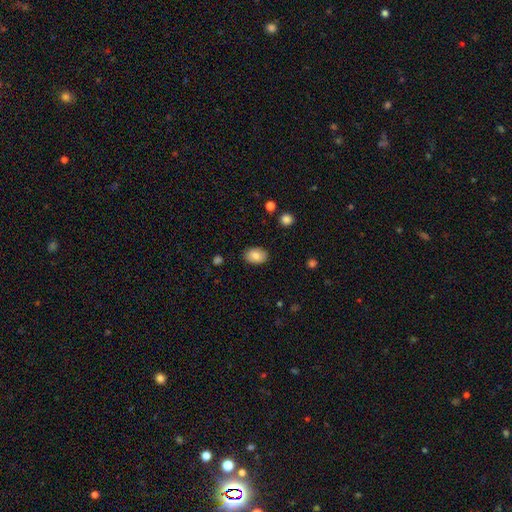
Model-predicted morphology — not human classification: smooth-or-featured: smooth: 83% | featured or disk: 9% | star or artifact: 8%
  how-rounded: in between: 79% | round: 20% | cigar-shaped: 1%
  merging: none: 87% | minor disturbance: 10% | major disturbance: 2% | merger: 1%